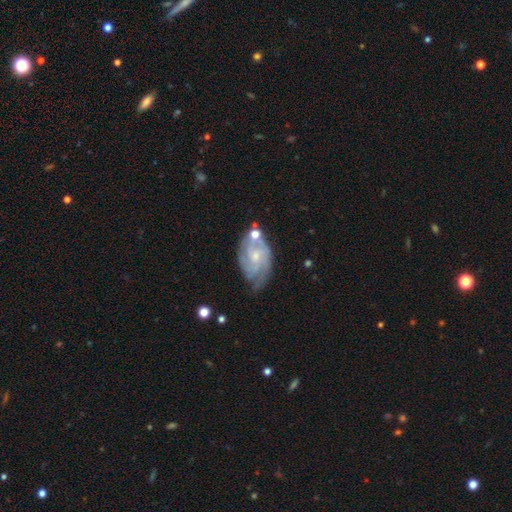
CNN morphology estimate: Smooth or featured? featured or disk (80%)
Edge-on disk? no (96%)
Bar? no (63%)
Spiral arms? yes (93%)
Spiral winding? tight (55%)
Spiral arm count? can't tell (32%)
Bulge size? small (65%)
Merging? none (55%)